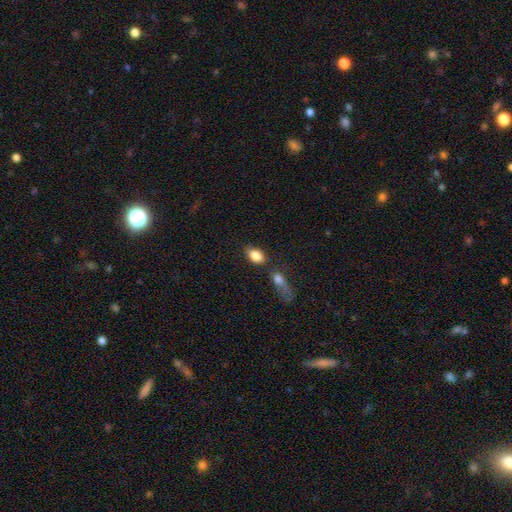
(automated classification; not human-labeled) The model was most divided on "merging": none: 62%, merger: 19%, minor disturbance: 13%, major disturbance: 6%. More confident: smooth or featured — smooth (85%); how rounded — in between (83%).